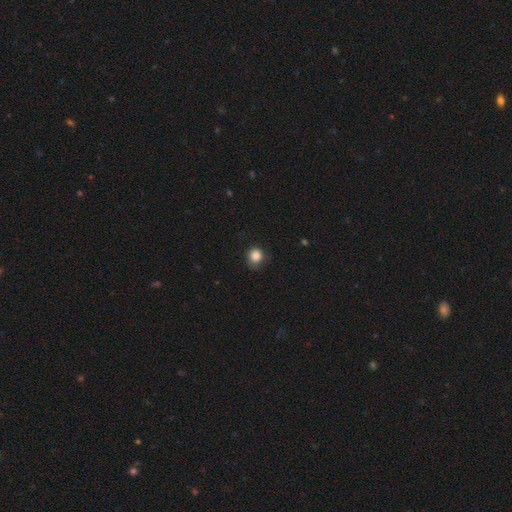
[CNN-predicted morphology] smooth-or-featured: smooth: 85% | star or artifact: 10% | featured or disk: 5%
  how-rounded: round: 87% | in between: 13% | cigar-shaped: 1%
  merging: none: 74% | minor disturbance: 20% | major disturbance: 5% | merger: 1%